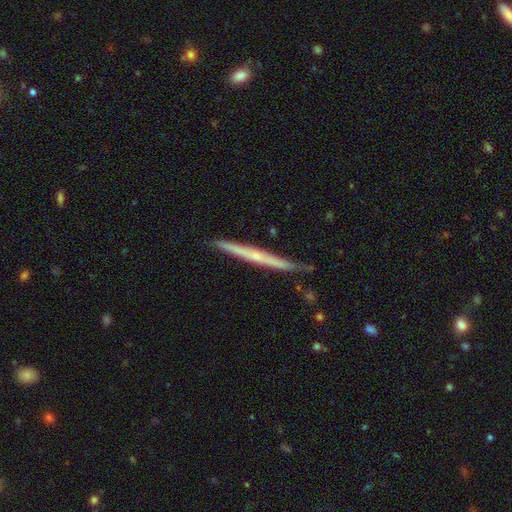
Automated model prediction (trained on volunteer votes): A featured or disk galaxy (64%) viewed edge-on (97%) with no central bulge (59%).

Vote fractions:
- Smooth or featured? featured or disk: 64% / smooth: 30% / star or artifact: 6%
- Edge-on disk? yes: 97% / no: 3%
- Edge-on bulge? none: 59% / rounded: 36% / boxy: 4%
- Merging? none: 83% / minor disturbance: 13% / major disturbance: 2% / merger: 2%